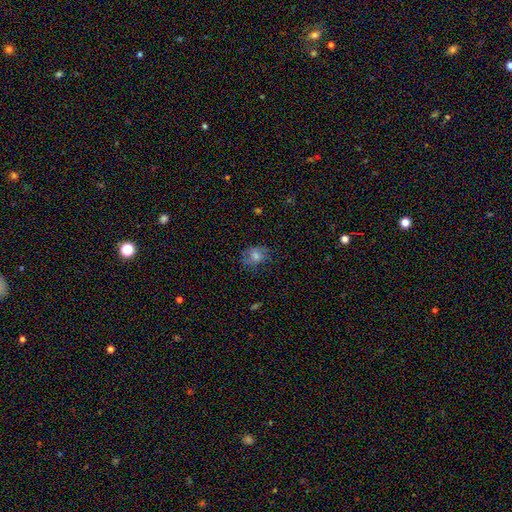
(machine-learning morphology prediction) A smooth galaxy with no disk features (59%) that is in between round and cigar-shaped (51%).

Vote fractions:
- Smooth or featured? smooth: 59% / featured or disk: 24% / star or artifact: 17%
- How rounded? in between: 51% / round: 48% / cigar-shaped: 1%
- Merging? none: 70% / minor disturbance: 20% / major disturbance: 8% / merger: 2%